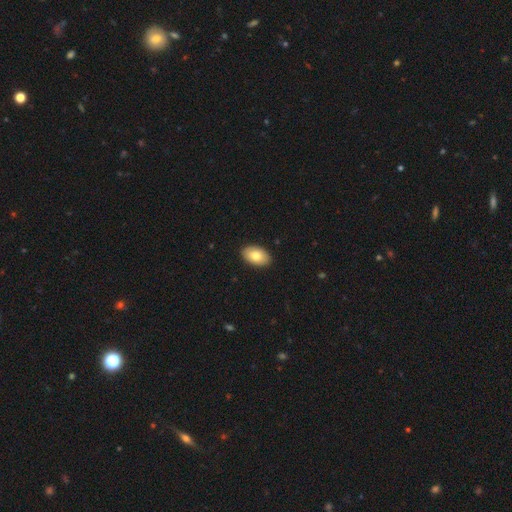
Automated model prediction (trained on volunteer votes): Smooth or featured? smooth (81%)
How rounded? in between (94%)
Merging? none (90%)